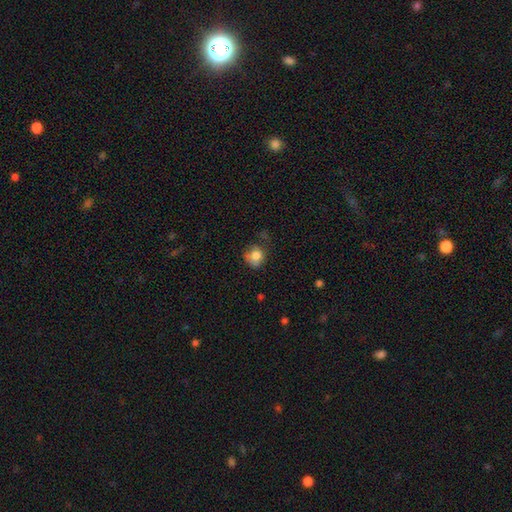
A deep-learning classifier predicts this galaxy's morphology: type=smooth (77%); roundness=round (74%); merging=none (50%).